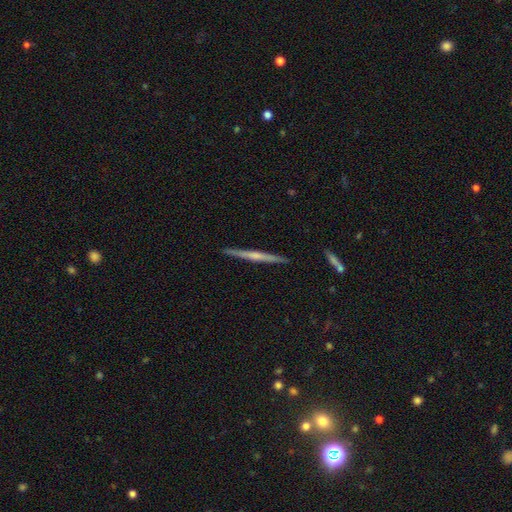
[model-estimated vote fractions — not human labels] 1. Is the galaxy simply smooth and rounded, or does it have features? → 64% featured or disk, 31% smooth, 6% star or artifact.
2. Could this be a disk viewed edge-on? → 98% yes, 2% no.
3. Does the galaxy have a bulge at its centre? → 48% none, 41% rounded, 12% boxy.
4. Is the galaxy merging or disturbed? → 92% none, 6% minor disturbance, 1% major disturbance, 1% merger.